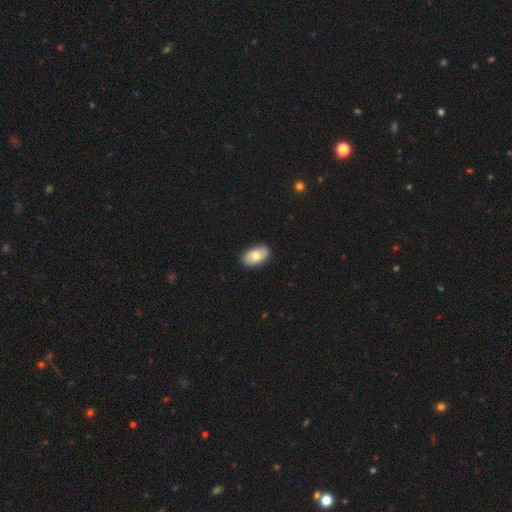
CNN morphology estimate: Smooth or featured?
  - smooth: 66% *
  - featured or disk: 28%
  - star or artifact: 6%
How rounded?
  - in between: 92% *
  - round: 6%
  - cigar-shaped: 1%
Merging?
  - none: 87% *
  - minor disturbance: 10%
  - major disturbance: 2%
  - merger: 1%